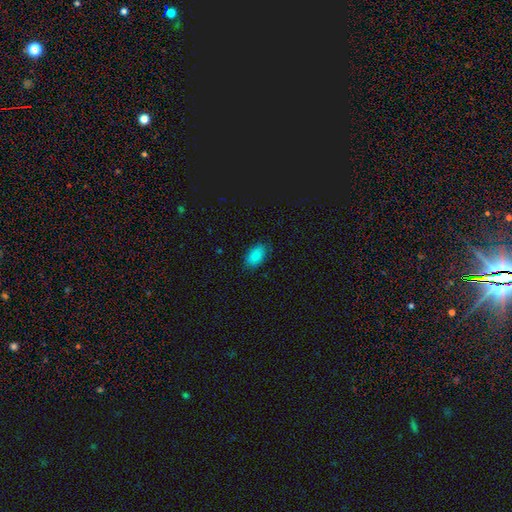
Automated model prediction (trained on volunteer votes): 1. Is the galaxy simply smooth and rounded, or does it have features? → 87% smooth, 8% star or artifact, 5% featured or disk.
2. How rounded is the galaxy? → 93% in between, 5% round, 2% cigar-shaped.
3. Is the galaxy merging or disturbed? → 83% none, 13% minor disturbance, 3% major disturbance, 1% merger.